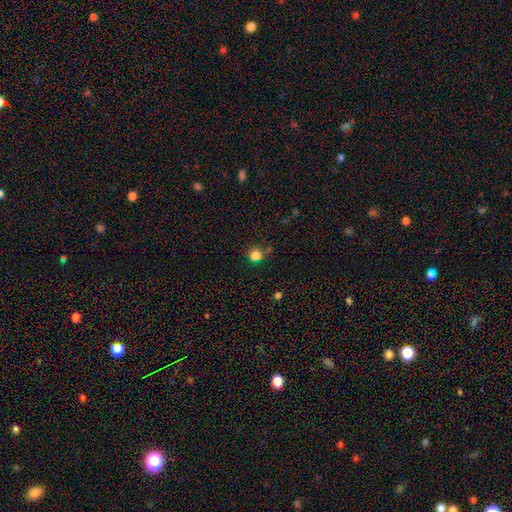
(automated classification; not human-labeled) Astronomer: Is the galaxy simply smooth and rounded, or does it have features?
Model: smooth — 81%.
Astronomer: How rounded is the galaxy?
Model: round — 92%.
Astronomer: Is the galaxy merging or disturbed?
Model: none — 76%.